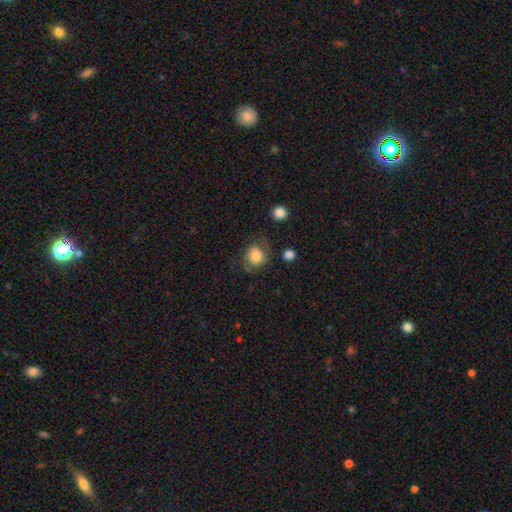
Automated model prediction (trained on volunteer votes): Overall: smooth (75%). How rounded: round (73%). Merging: none (58%; minor disturbance 23%).